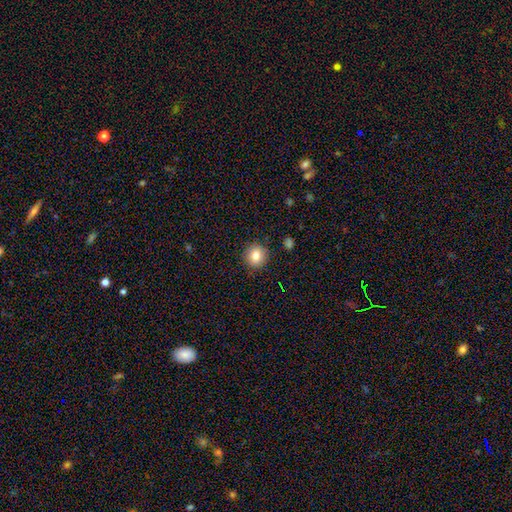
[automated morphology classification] Overall: smooth (82%). How rounded: round (91%). Merging: none (91%).